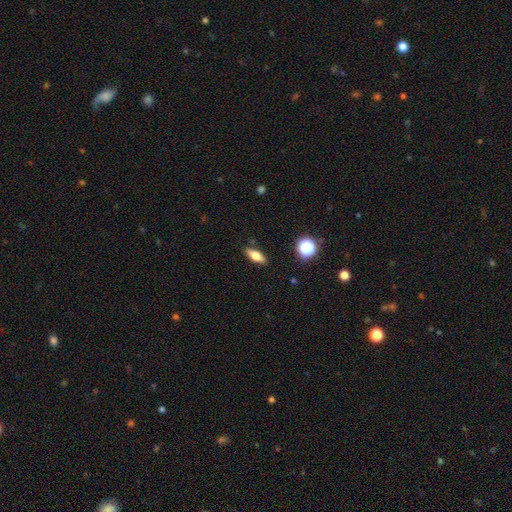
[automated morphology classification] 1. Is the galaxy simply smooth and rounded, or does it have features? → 62% smooth, 29% featured or disk, 9% star or artifact.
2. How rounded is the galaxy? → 65% in between, 29% cigar-shaped, 5% round.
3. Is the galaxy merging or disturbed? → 88% none, 9% minor disturbance, 2% major disturbance, 1% merger.